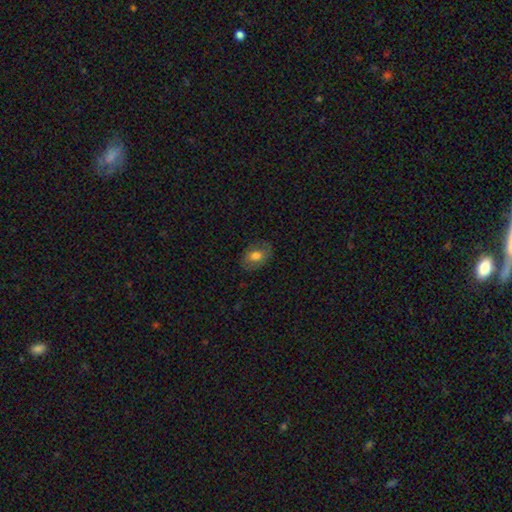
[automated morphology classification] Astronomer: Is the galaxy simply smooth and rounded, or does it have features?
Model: smooth — 70%.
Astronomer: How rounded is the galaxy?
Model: in between — 78%.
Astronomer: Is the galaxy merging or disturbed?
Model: none — 77%.